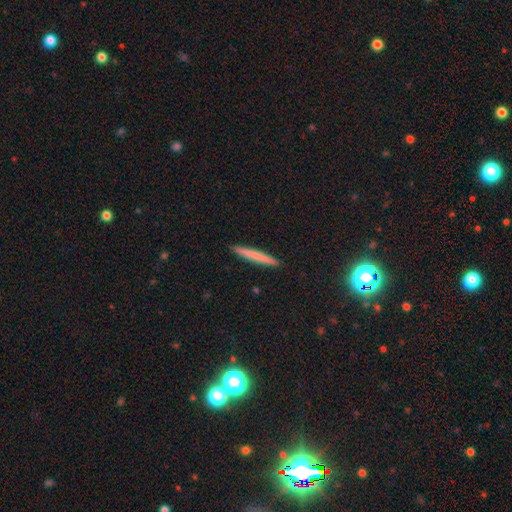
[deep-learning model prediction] Q: Smooth or featured?
A: smooth (70%); runner-up: featured or disk (23%)
Q: How rounded?
A: cigar-shaped (96%); runner-up: in between (2%)
Q: Merging?
A: none (93%); runner-up: minor disturbance (5%)